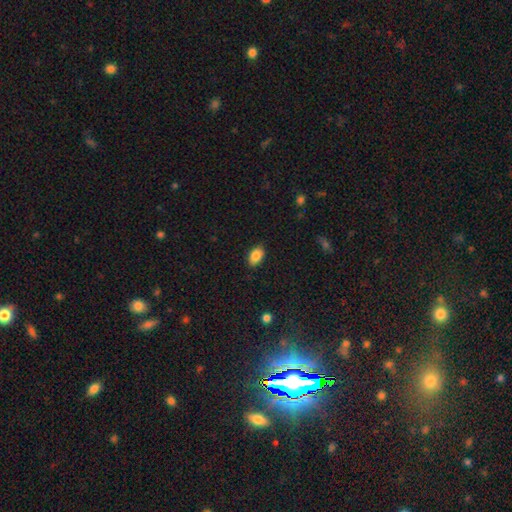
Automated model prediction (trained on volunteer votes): Smooth or featured? Predicted: smooth (p=0.86). How rounded? Predicted: in between (p=0.90). Merging? Predicted: none (p=0.86).